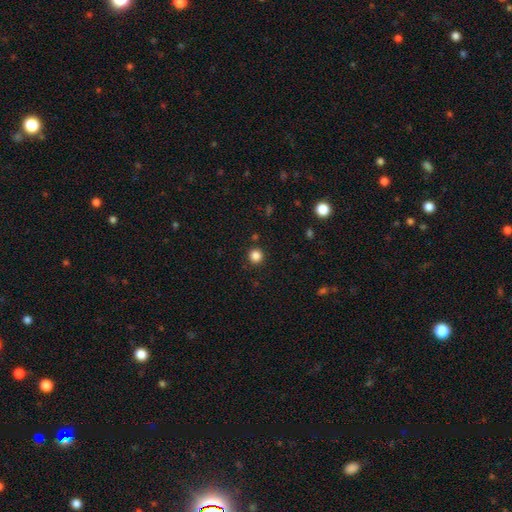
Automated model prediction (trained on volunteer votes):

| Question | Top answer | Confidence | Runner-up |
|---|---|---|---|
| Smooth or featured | smooth | 85% | star or artifact (12%) |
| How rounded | round | 95% | in between (4%) |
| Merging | none | 91% | minor disturbance (5%) |